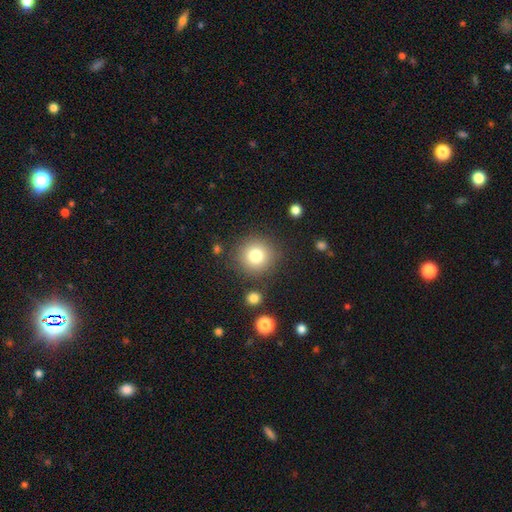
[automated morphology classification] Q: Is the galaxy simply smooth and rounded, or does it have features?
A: smooth — 79%.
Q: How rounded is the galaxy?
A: round — 93%.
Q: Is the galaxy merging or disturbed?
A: none — 85%.